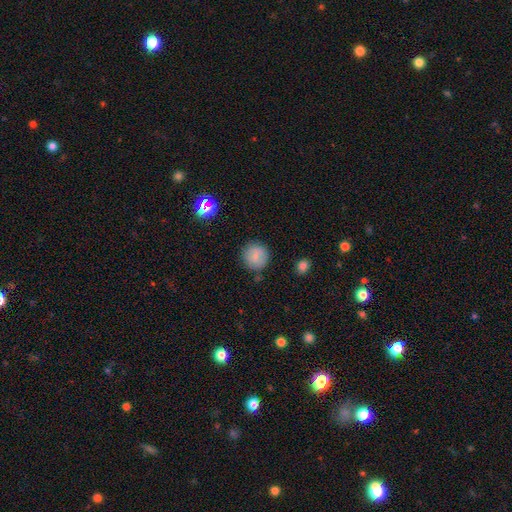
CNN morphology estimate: smooth-or-featured: smooth: 78% | featured or disk: 12% | star or artifact: 10%
  how-rounded: round: 92% | in between: 7% | cigar-shaped: 1%
  merging: none: 82% | minor disturbance: 12% | major disturbance: 3% | merger: 3%